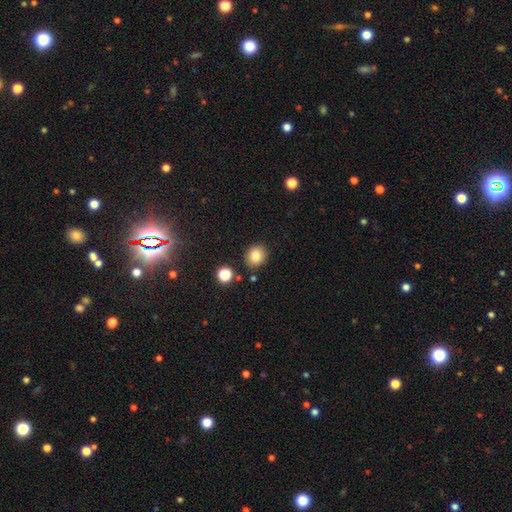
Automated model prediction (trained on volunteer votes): Morphology: type=smooth (82%); roundness=round (75%); merging=none (86%).